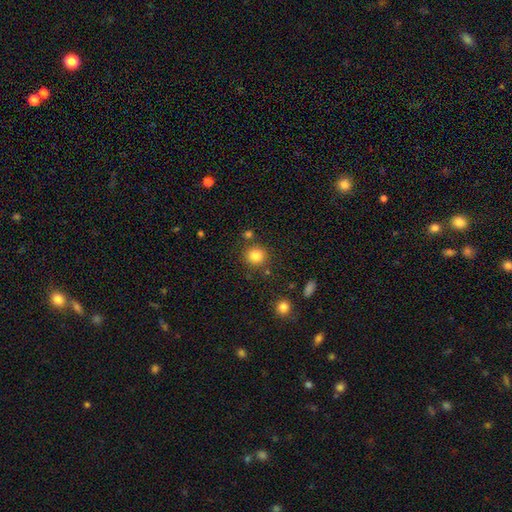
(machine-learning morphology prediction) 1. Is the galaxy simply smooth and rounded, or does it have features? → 82% smooth, 11% star or artifact, 6% featured or disk.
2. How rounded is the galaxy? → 90% round, 9% in between, 1% cigar-shaped.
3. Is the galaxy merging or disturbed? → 83% none, 8% minor disturbance, 6% merger, 3% major disturbance.